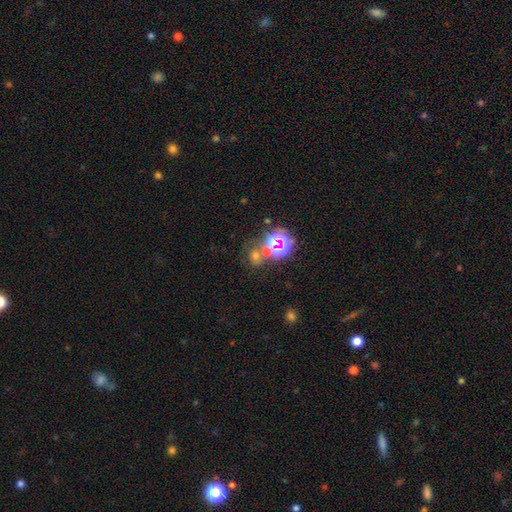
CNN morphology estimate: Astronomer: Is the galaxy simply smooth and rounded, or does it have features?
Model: star or artifact — 46% (runner-up: smooth, 42%).